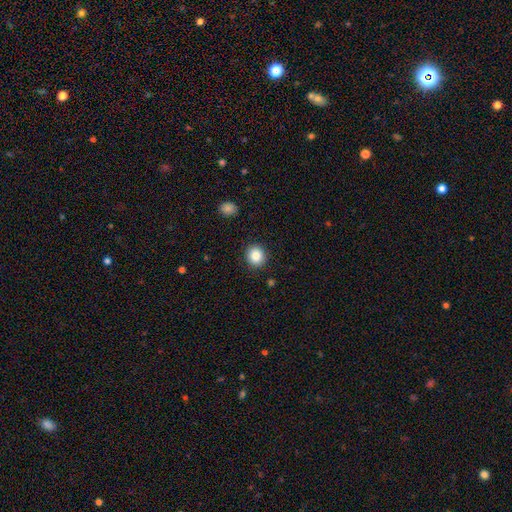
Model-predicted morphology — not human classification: Smooth or featured? smooth (86%)
How rounded? round (84%)
Merging? none (91%)